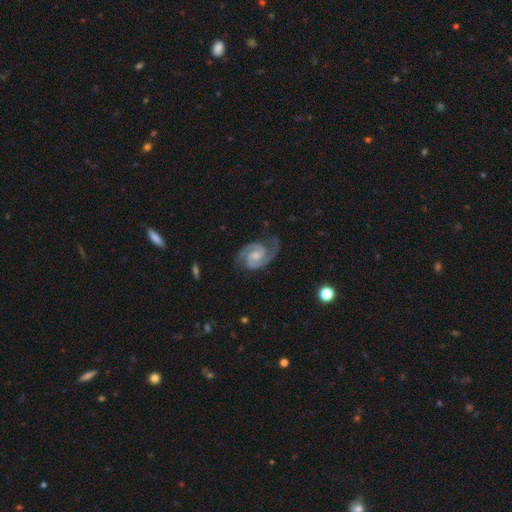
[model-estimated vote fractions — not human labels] Smooth or featured?
  - featured or disk: 93% *
  - star or artifact: 4%
  - smooth: 3%
Edge-on disk?
  - no: 98% *
  - yes: 2%
Bar?
  - no: 52% *
  - weak: 38%
  - strong: 10%
Spiral arms?
  - yes: 99% *
  - no: 1%
Spiral winding?
  - tight: 49% *
  - medium: 45%
  - loose: 6%
Spiral arm count?
  - 2: 93% *
  - 3: 2%
  - can't tell: 2%
  - 1: 1%
  - 4: 1%
  - more than 4: 1%
Bulge size?
  - moderate: 46% *
  - small: 33%
  - none: 15%
  - large: 4%
  - dominant: 1%
Merging?
  - none: 77% *
  - minor disturbance: 17%
  - major disturbance: 5%
  - merger: 1%